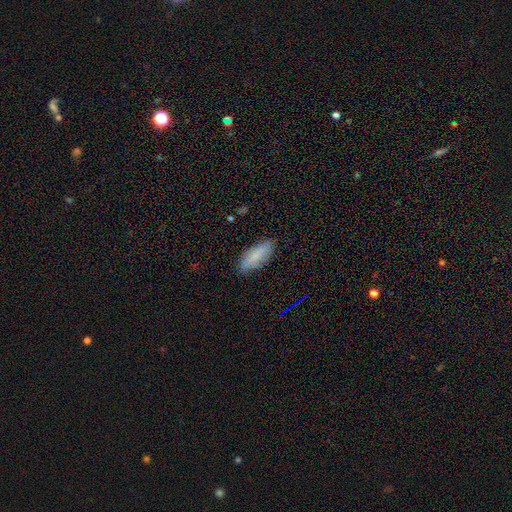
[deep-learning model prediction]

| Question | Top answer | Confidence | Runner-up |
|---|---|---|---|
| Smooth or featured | smooth | 77% | featured or disk (16%) |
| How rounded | in between | 73% | cigar-shaped (25%) |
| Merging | none | 84% | minor disturbance (13%) |